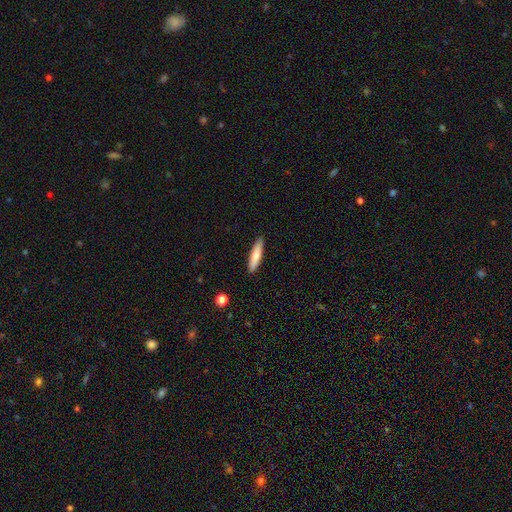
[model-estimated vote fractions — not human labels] smooth_or_featured: smooth (p=0.73) [alt: featured or disk p=0.21]
how_rounded: cigar-shaped (p=0.82) [alt: in between p=0.17]
merging: none (p=0.90) [alt: minor disturbance p=0.07]